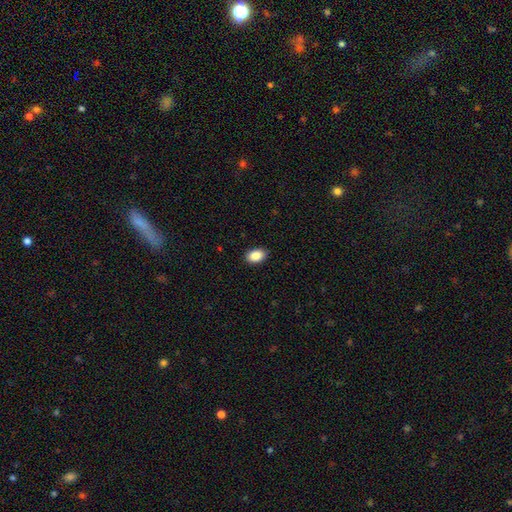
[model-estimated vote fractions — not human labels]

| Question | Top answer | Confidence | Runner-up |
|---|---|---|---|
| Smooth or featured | smooth | 88% | star or artifact (8%) |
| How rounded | in between | 86% | round (13%) |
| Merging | none | 89% | minor disturbance (8%) |